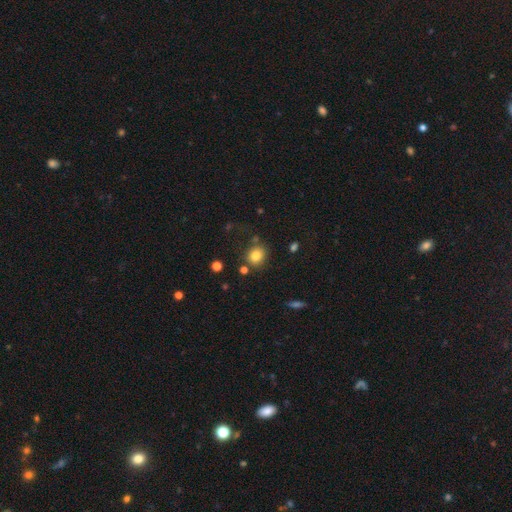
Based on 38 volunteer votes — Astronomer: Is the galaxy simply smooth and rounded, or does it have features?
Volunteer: smooth — 89%.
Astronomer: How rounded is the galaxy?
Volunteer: round — 74%.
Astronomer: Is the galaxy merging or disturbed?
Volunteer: none — 83%.